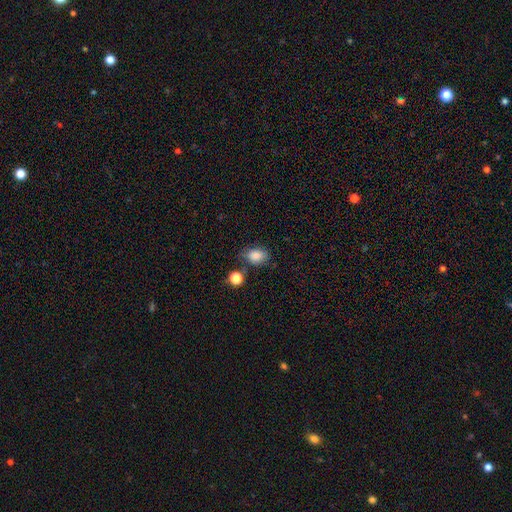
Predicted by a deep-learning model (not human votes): Q: Smooth or featured?
A: smooth (85%); runner-up: star or artifact (10%)
Q: How rounded?
A: in between (70%); runner-up: round (29%)
Q: Merging?
A: none (63%); runner-up: minor disturbance (22%)